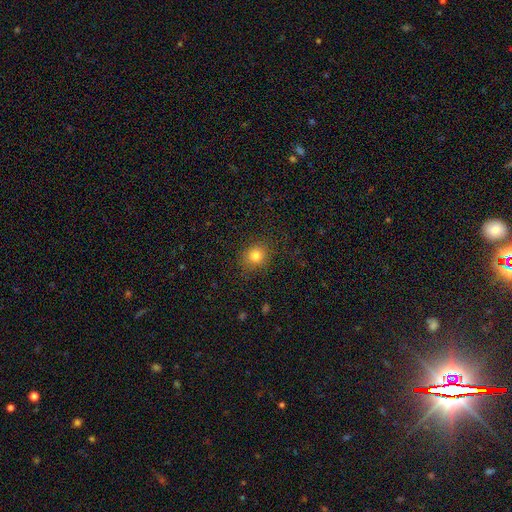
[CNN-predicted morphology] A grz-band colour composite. It shows a smooth galaxy with no disk features (81%) that is round (76%). Merging: none (85%).